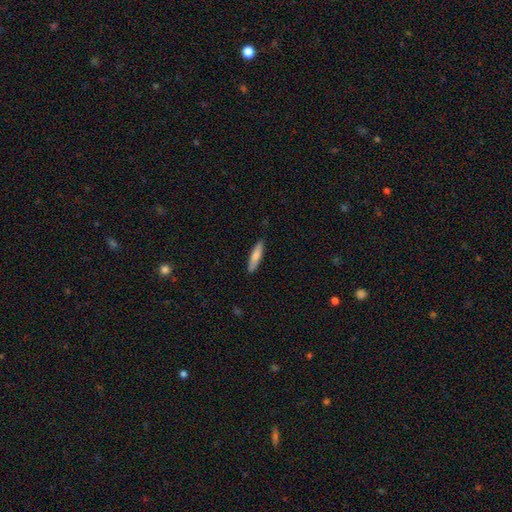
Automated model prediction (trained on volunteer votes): A smooth galaxy with no disk features (76%) that is cigar-shaped (80%).

Vote fractions:
- Smooth or featured? smooth: 76% / featured or disk: 19% / star or artifact: 5%
- How rounded? cigar-shaped: 80% / in between: 19% / round: 1%
- Merging? none: 87% / minor disturbance: 10% / major disturbance: 2% / merger: 1%